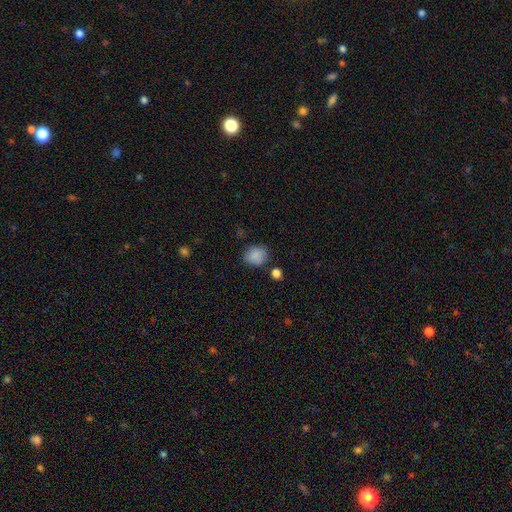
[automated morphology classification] smooth_or_featured: smooth (p=0.86) [alt: star or artifact p=0.09]
how_rounded: round (p=0.59) [alt: in between p=0.40]
merging: none (p=0.75) [alt: minor disturbance p=0.17]